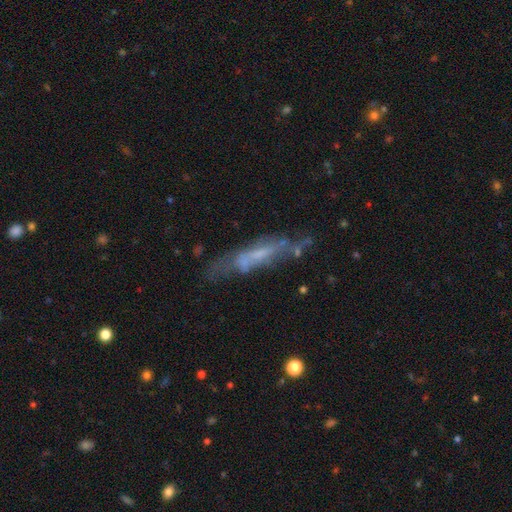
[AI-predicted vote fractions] This is likely a featured or disk galaxy (61%). It is possibly not viewed edge-on (53%). Merging: possibly none (54%).